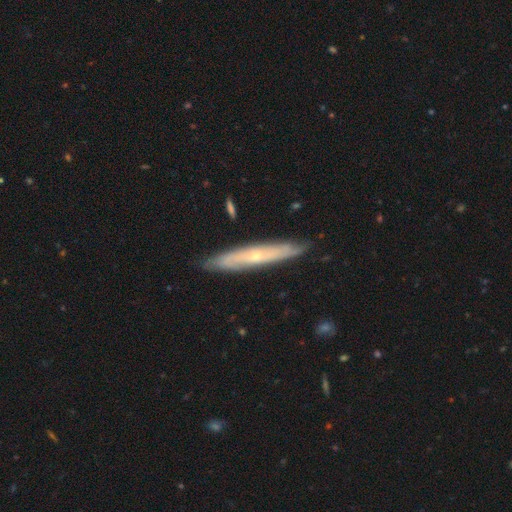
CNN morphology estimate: smooth_or_featured: featured or disk (p=0.64) [alt: smooth p=0.30]
disk_edge_on: yes (p=0.70) [alt: no p=0.30]
merging: none (p=0.86) [alt: minor disturbance p=0.11]